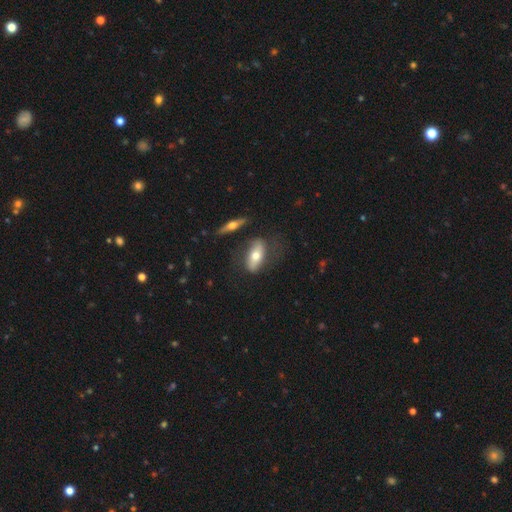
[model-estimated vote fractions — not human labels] Morphology: type=smooth (51%); roundness=in between (78%); merging=none (58%).